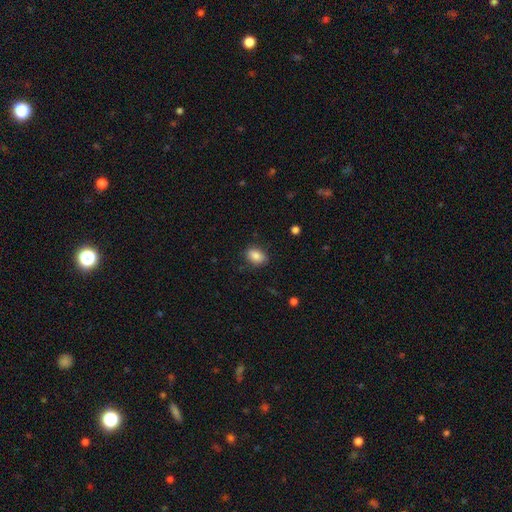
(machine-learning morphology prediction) Smooth or featured? Predicted: smooth (p=0.85). How rounded? Predicted: in between (p=0.80). Merging? Predicted: none (p=0.84).